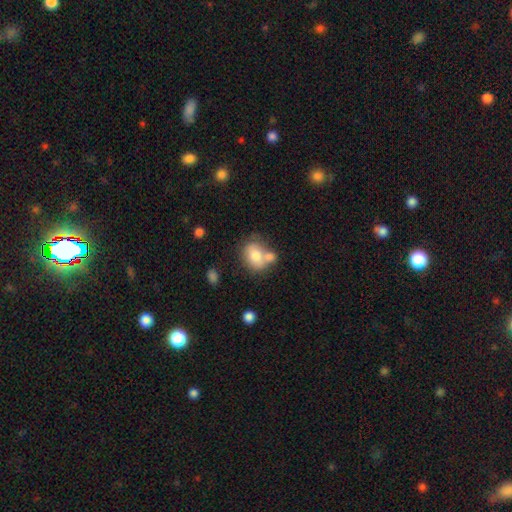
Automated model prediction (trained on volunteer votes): Q: Smooth or featured?
A: smooth (73%); runner-up: featured or disk (19%)
Q: How rounded?
A: in between (55%); runner-up: round (44%)
Q: Merging?
A: merger (42%); runner-up: none (38%)